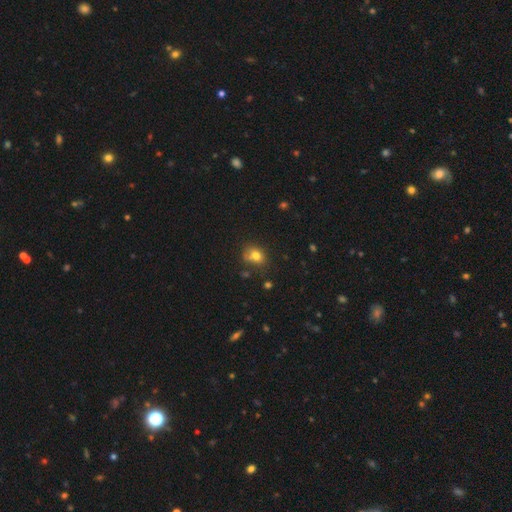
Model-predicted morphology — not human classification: Smooth or featured?
  - smooth: 75% *
  - star or artifact: 13%
  - featured or disk: 11%
How rounded?
  - round: 50% *
  - in between: 48%
  - cigar-shaped: 1%
Merging?
  - none: 59% *
  - minor disturbance: 24%
  - merger: 10%
  - major disturbance: 8%